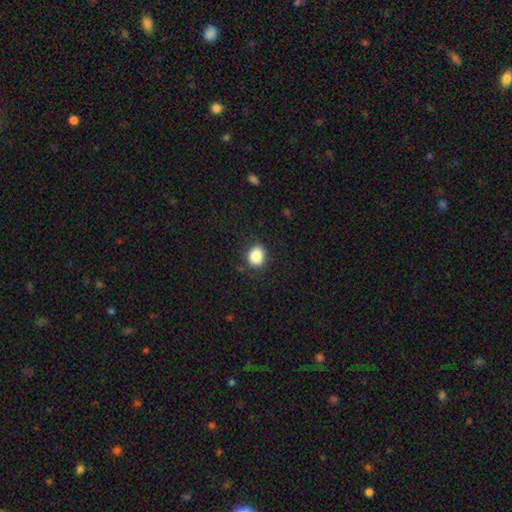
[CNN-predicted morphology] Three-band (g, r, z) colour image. It shows a smooth galaxy with no disk features (87%) that is round (57%). Merging: none (83%).